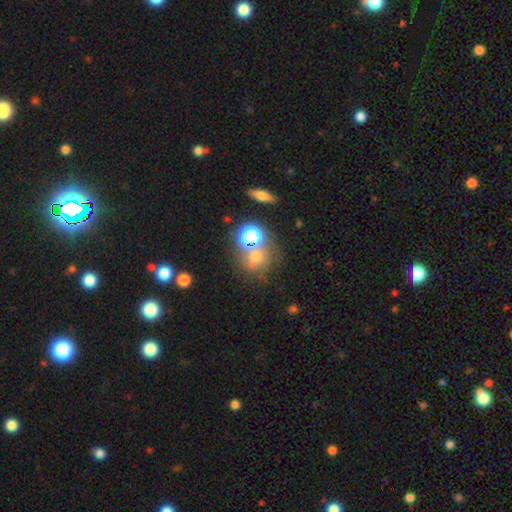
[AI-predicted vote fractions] Smooth or featured: smooth — 61% (star or artifact — 26%)
How rounded: round — 80% (in between — 18%)
Merging: none — 58% (merger — 25%)